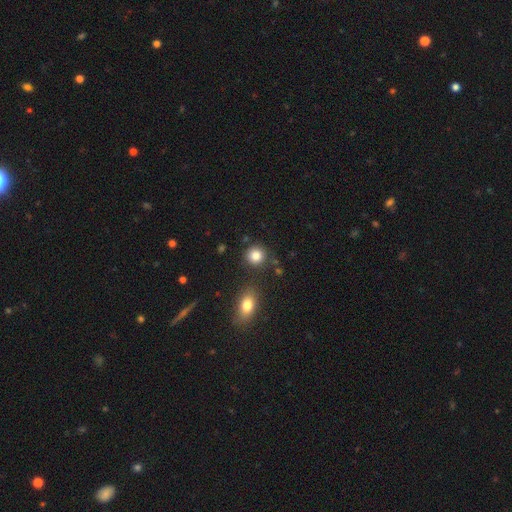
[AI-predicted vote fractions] The model was most divided on "merging": none: 82%, minor disturbance: 9%, merger: 6%, major disturbance: 3%. More confident: how rounded — round (87%); smooth or featured — smooth (85%).